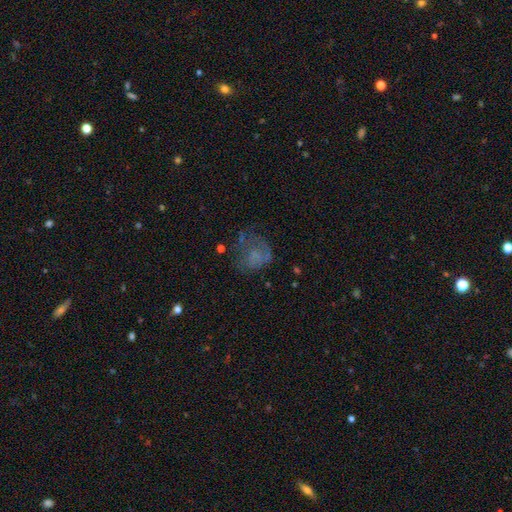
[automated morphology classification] Smooth or featured? Predicted: smooth (p=0.46). Merging? Predicted: none (p=0.38).